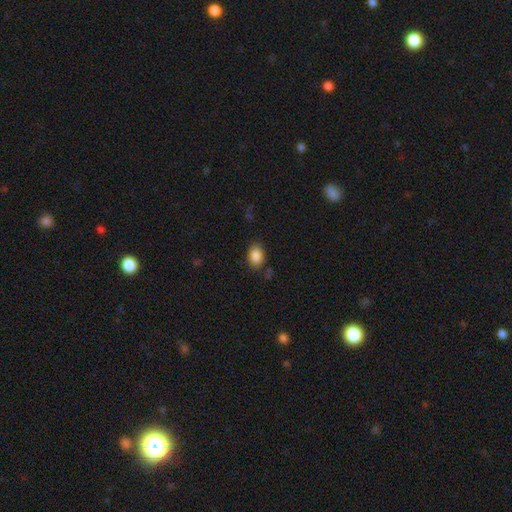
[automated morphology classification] Smooth or featured? smooth (87%)
How rounded? in between (78%)
Merging? none (82%)